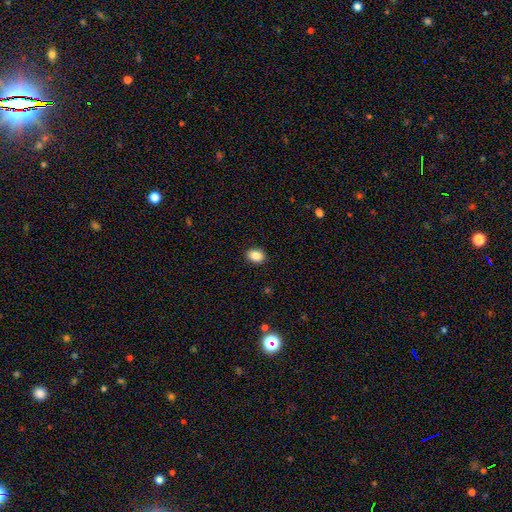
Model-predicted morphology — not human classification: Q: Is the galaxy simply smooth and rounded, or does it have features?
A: smooth — 87%.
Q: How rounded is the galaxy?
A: in between — 58%.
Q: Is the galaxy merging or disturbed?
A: none — 90%.